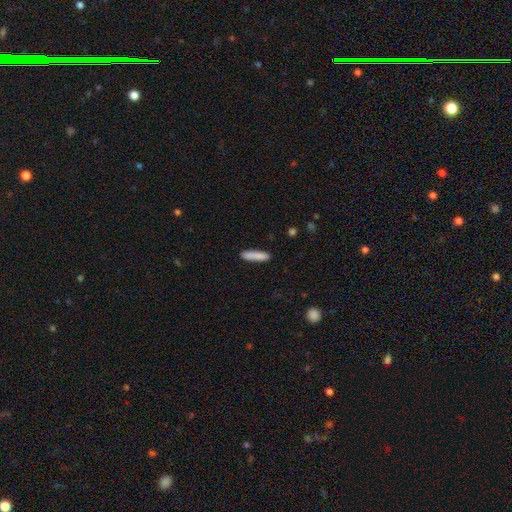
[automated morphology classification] Smooth or featured?
  - smooth: 86% *
  - featured or disk: 7%
  - star or artifact: 6%
How rounded?
  - cigar-shaped: 86% *
  - in between: 13%
  - round: 1%
Merging?
  - none: 88% *
  - minor disturbance: 9%
  - major disturbance: 2%
  - merger: 1%